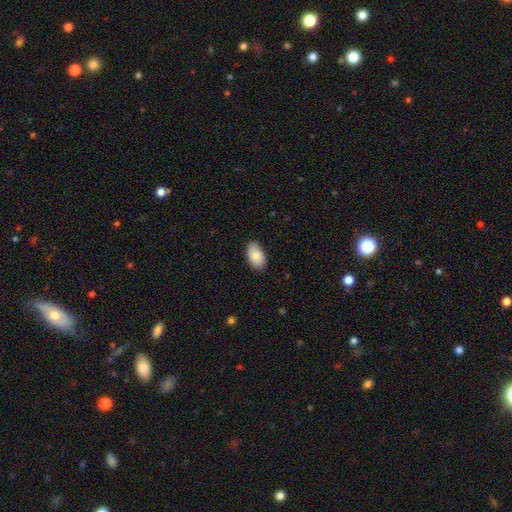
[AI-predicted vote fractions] A smooth galaxy with no disk features (84%) that is in between round and cigar-shaped (94%).

Vote fractions:
- Smooth or featured? smooth: 84% / featured or disk: 9% / star or artifact: 6%
- How rounded? in between: 94% / round: 5% / cigar-shaped: 1%
- Merging? none: 79% / minor disturbance: 17% / major disturbance: 3% / merger: 1%